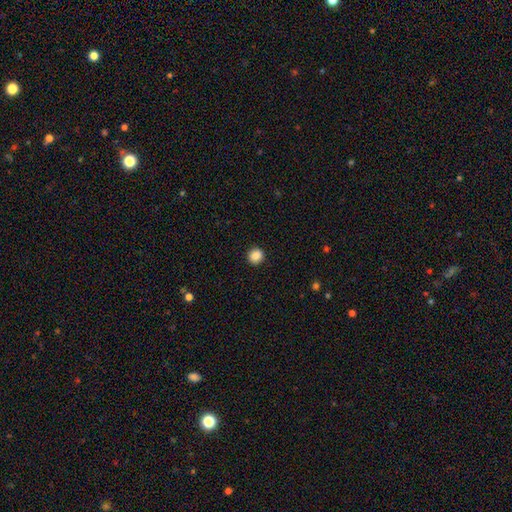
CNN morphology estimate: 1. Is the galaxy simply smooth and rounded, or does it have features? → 88% smooth, 10% star or artifact, 3% featured or disk.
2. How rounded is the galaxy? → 85% round, 14% in between, 1% cigar-shaped.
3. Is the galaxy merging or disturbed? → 92% none, 6% minor disturbance, 2% major disturbance, 1% merger.